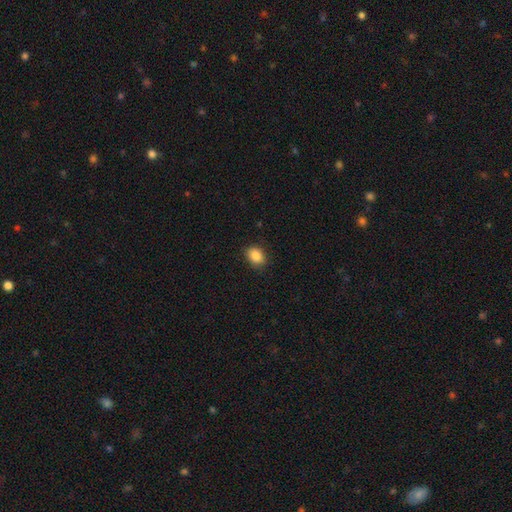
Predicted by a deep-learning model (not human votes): Smooth or featured? Predicted: smooth (p=0.88). How rounded? Predicted: in between (p=0.71). Merging? Predicted: none (p=0.86).